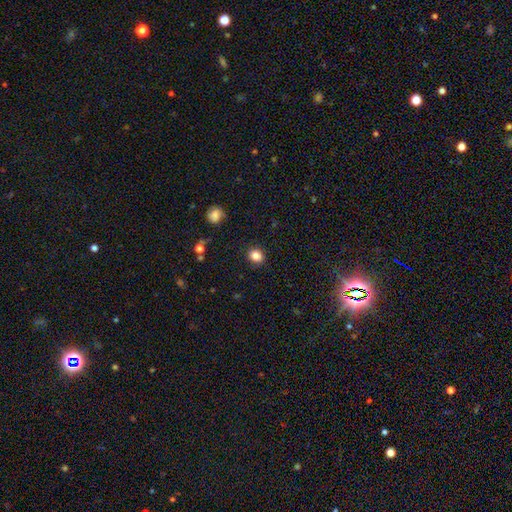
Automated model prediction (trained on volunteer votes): smooth_or_featured: smooth (p=0.84) [alt: star or artifact p=0.11]
how_rounded: round (p=0.69) [alt: in between p=0.30]
merging: none (p=0.90) [alt: minor disturbance p=0.07]